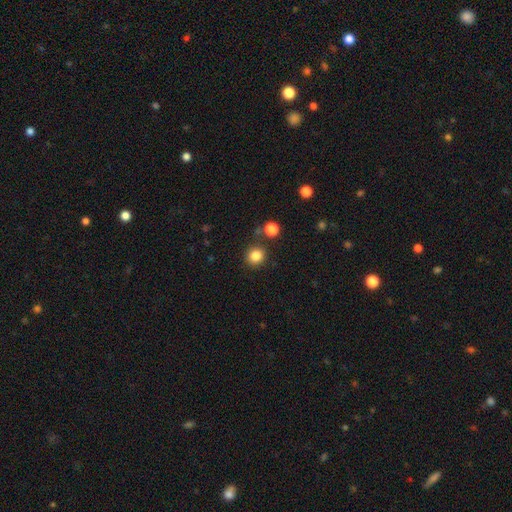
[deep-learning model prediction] This appears to be a smooth galaxy with no disk features (84%) that is round (88%). Merging: none (83%).